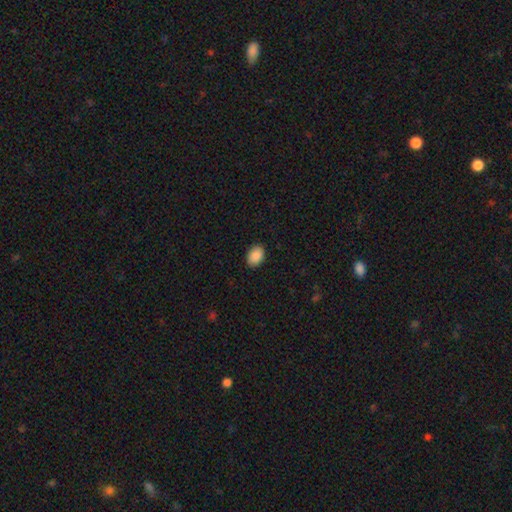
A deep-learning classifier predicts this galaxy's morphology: Smooth or featured?
  - smooth: 90% *
  - star or artifact: 7%
  - featured or disk: 3%
How rounded?
  - in between: 84% *
  - round: 15%
  - cigar-shaped: 1%
Merging?
  - none: 90% *
  - minor disturbance: 8%
  - major disturbance: 2%
  - merger: 1%